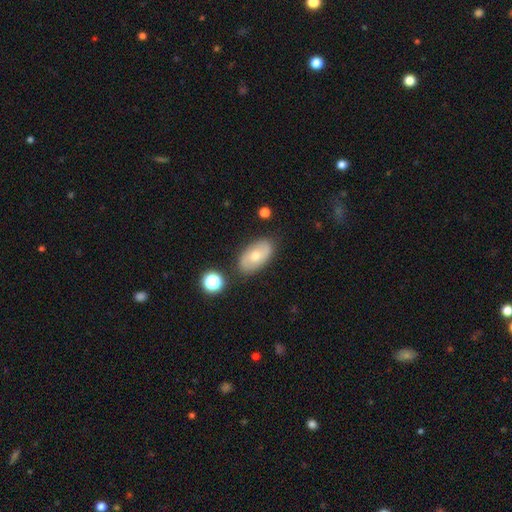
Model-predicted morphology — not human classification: Q: Smooth or featured?
A: smooth (55%); runner-up: featured or disk (37%)
Q: How rounded?
A: in between (91%); runner-up: round (7%)
Q: Merging?
A: none (80%); runner-up: minor disturbance (14%)